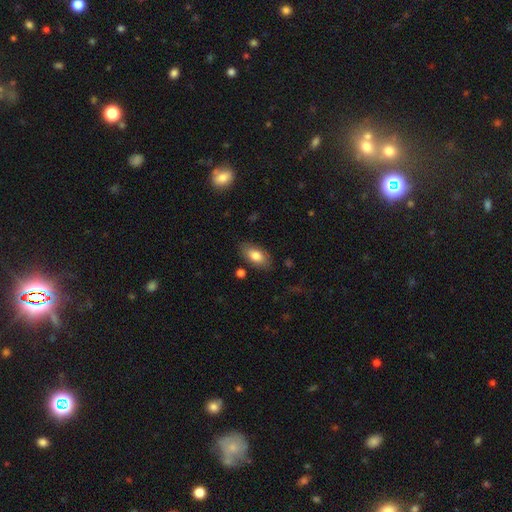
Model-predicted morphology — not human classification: Smooth or featured? smooth (78%)
How rounded? in between (92%)
Merging? none (81%)